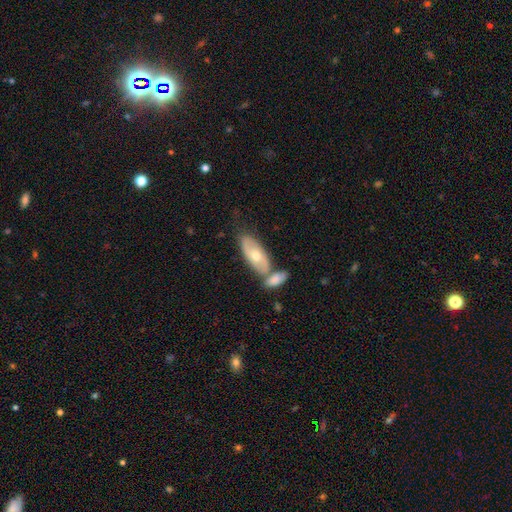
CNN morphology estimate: This is possibly a featured or disk galaxy (47%). Merging: marginally none (43%).